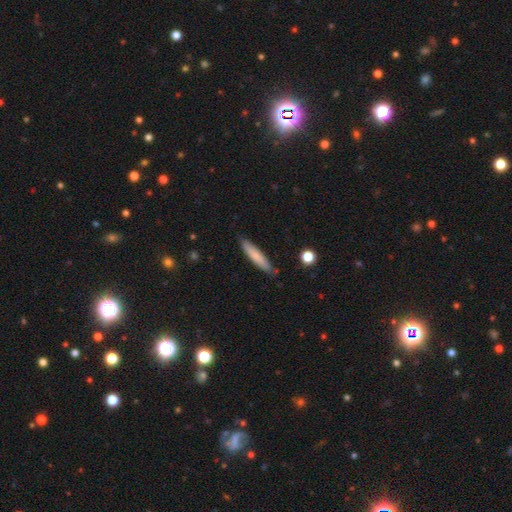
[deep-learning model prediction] A smooth galaxy with no disk features (76%) that is cigar-shaped (86%).

Vote fractions:
- Smooth or featured? smooth: 76% / featured or disk: 18% / star or artifact: 6%
- How rounded? cigar-shaped: 86% / in between: 13% / round: 1%
- Merging? none: 81% / minor disturbance: 14% / merger: 2% / major disturbance: 2%